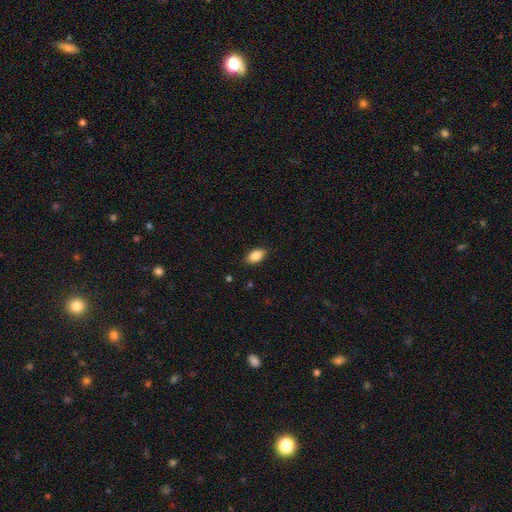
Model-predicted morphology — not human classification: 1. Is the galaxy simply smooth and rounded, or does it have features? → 86% smooth, 7% star or artifact, 7% featured or disk.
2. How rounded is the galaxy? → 92% in between, 4% round, 4% cigar-shaped.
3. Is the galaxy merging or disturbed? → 87% none, 10% minor disturbance, 2% major disturbance, 1% merger.